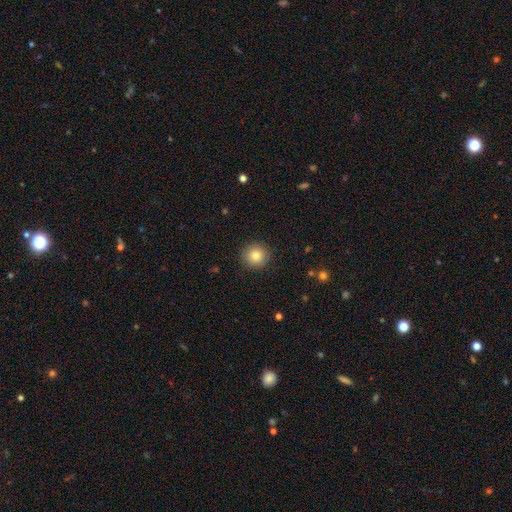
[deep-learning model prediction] Q: Smooth or featured?
A: smooth (82%); runner-up: star or artifact (11%)
Q: How rounded?
A: round (95%); runner-up: in between (5%)
Q: Merging?
A: none (91%); runner-up: minor disturbance (6%)